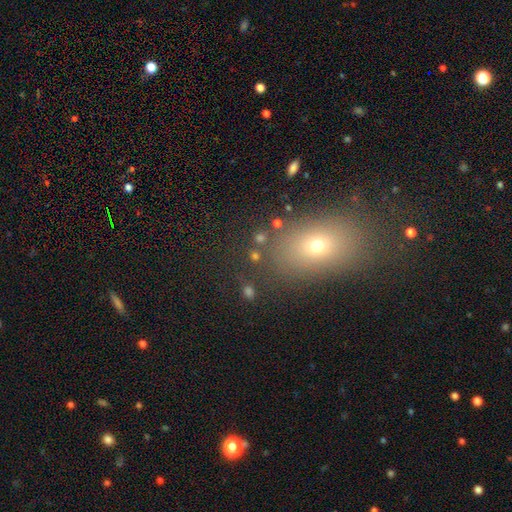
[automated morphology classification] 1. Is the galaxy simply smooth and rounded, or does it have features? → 58% smooth, 26% star or artifact, 16% featured or disk.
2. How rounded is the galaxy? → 58% in between, 38% round, 4% cigar-shaped.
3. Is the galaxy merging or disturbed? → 75% none, 11% minor disturbance, 8% merger, 6% major disturbance.